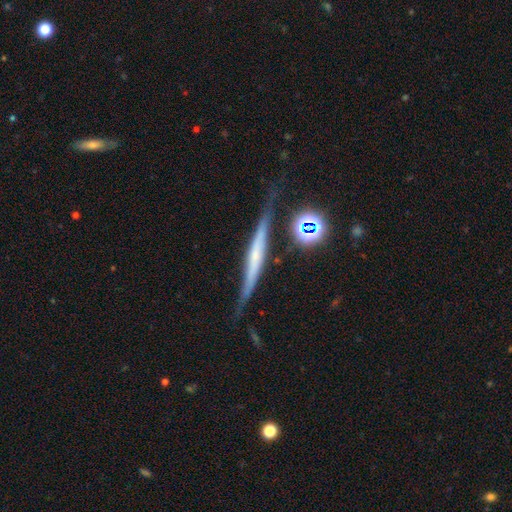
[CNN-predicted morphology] Overall: featured or disk (65%). Edge-on disk: yes (93%). Edge-on bulge: none (52%; rounded 31%). Merging: none (68%).